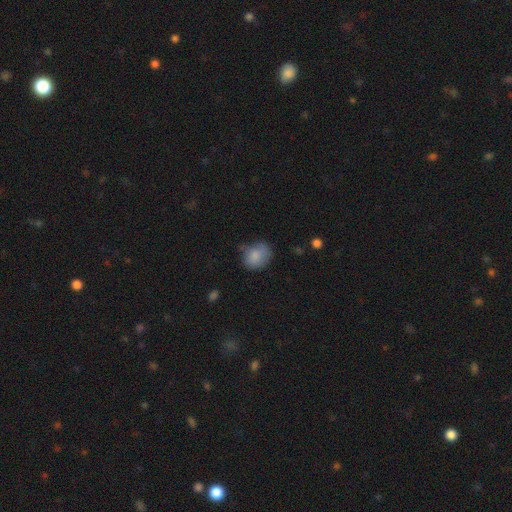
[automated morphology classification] Smooth or featured? Predicted: smooth (p=0.82). How rounded? Predicted: round (p=0.54). Merging? Predicted: none (p=0.53).